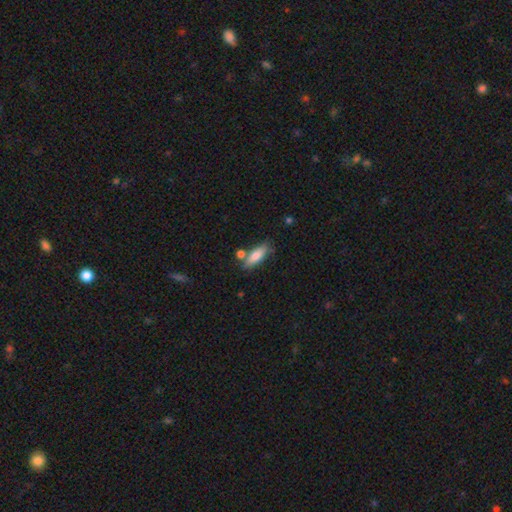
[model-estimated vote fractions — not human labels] smooth-or-featured: smooth: 78% | featured or disk: 16% | star or artifact: 7%
  how-rounded: in between: 58% | cigar-shaped: 39% | round: 3%
  merging: none: 68% | minor disturbance: 15% | merger: 13% | major disturbance: 4%